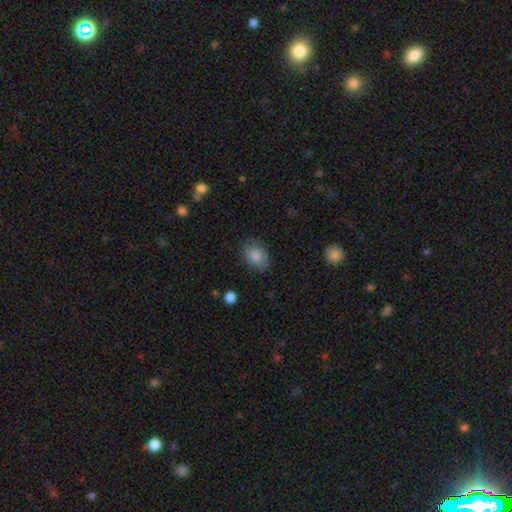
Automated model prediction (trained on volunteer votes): smooth 85%, star or artifact 8%, featured or disk 7%. Down the decision tree: how rounded — in between (69%); merging — none (81%).